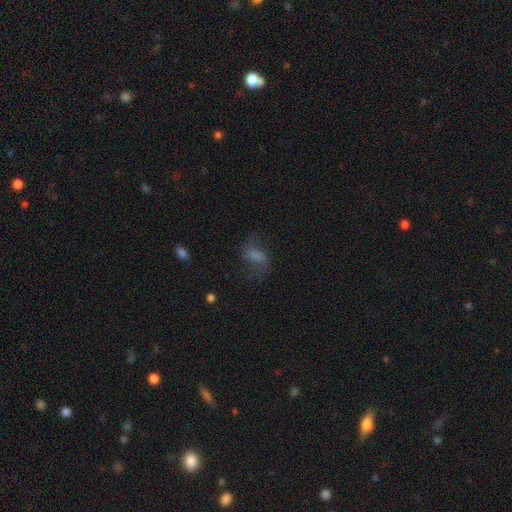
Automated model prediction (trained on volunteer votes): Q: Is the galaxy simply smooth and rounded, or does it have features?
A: smooth — 46%.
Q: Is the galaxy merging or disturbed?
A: none — 57%.